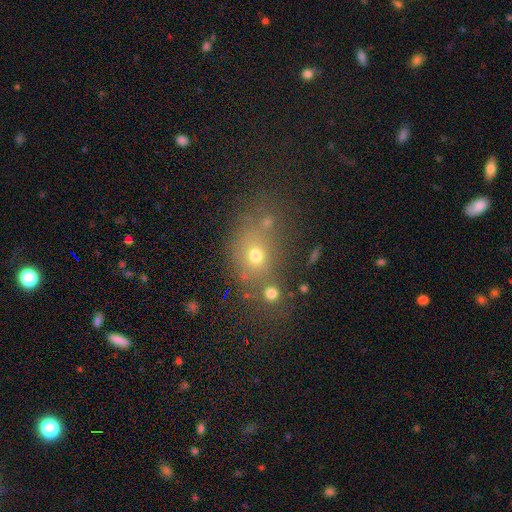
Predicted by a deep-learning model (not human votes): Smooth or featured? smooth (63%)
How rounded? in between (54%)
Merging? none (54%)